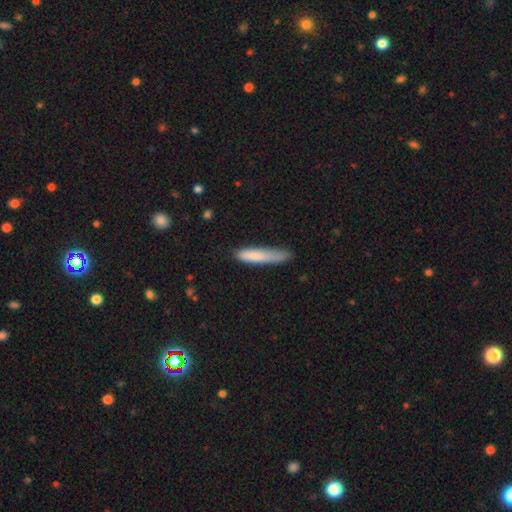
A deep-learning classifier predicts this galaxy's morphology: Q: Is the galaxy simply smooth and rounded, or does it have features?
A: smooth — 80%.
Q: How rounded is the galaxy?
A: cigar-shaped — 89%.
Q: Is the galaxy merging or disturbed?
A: none — 61%.